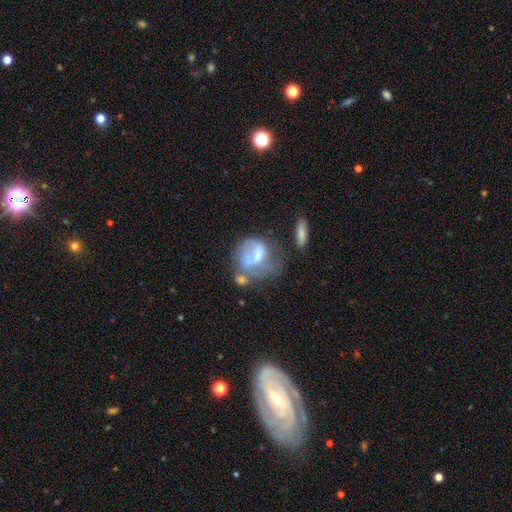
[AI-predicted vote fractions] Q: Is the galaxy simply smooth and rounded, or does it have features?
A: smooth — 49%.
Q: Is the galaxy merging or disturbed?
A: major disturbance — 34%.